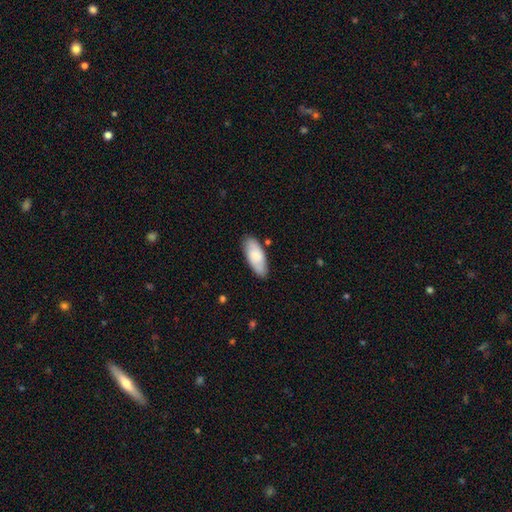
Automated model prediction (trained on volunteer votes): smooth 76%, featured or disk 19%, star or artifact 6%. Down the decision tree: how rounded — in between (82%); merging — none (83%).